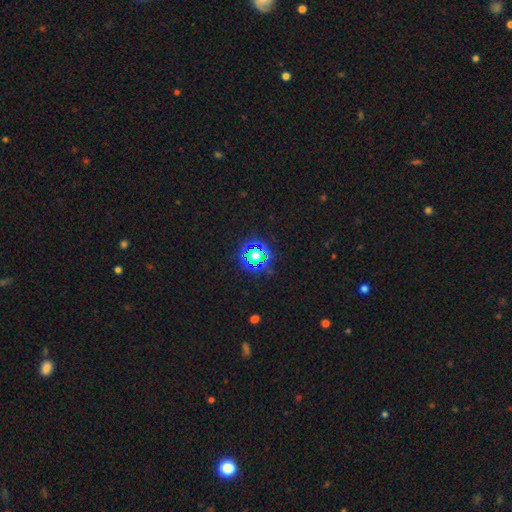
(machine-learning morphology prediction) star or artifact 57%, smooth 33%, featured or disk 10%.